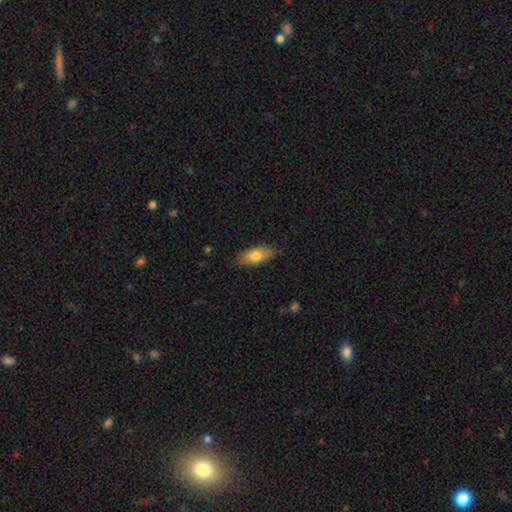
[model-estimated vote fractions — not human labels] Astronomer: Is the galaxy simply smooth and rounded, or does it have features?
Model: smooth — 75%.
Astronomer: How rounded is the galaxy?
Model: in between — 81%.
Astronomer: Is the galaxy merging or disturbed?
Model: none — 85%.